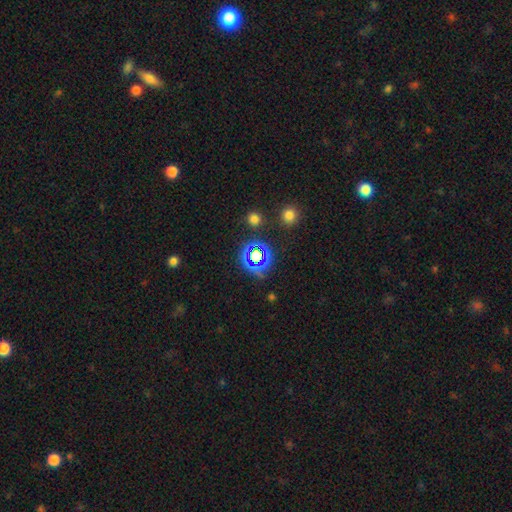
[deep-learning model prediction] Smooth or featured? star or artifact (63%)